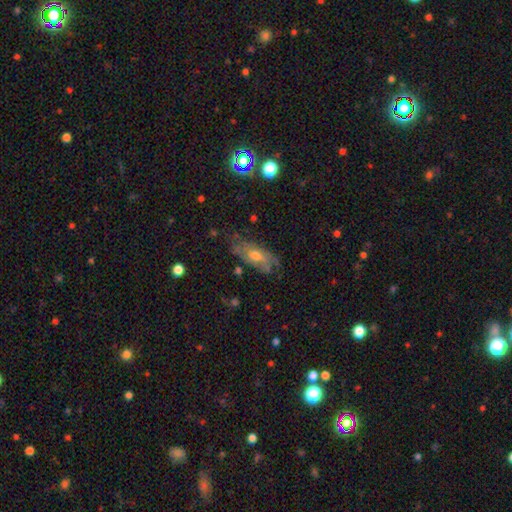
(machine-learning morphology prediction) The model was most divided on "smooth or featured": featured or disk: 53%, smooth: 37%, star or artifact: 10%. More confident: edge-on disk — no (78%); merging — none (61%).